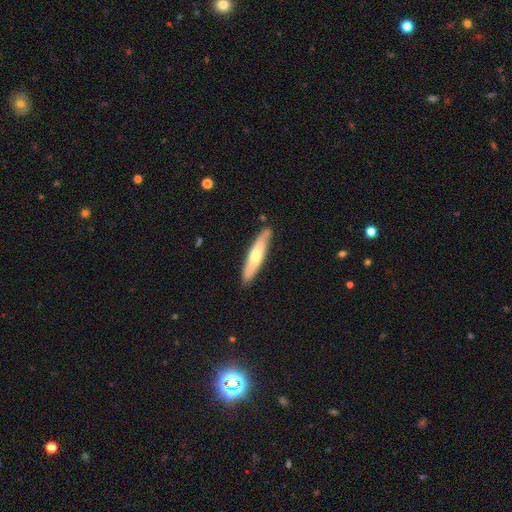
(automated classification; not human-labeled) smooth_or_featured: smooth (p=0.54) [alt: featured or disk p=0.41]
how_rounded: cigar-shaped (p=0.83) [alt: in between p=0.16]
merging: none (p=0.85) [alt: minor disturbance p=0.11]